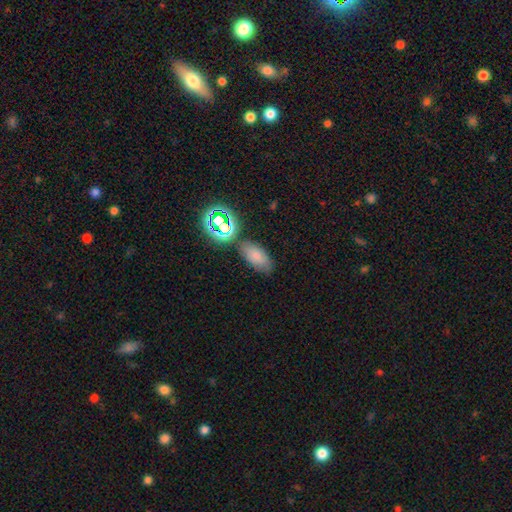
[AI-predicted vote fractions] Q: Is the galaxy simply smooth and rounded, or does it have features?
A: smooth — 71%.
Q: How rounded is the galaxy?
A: in between — 90%.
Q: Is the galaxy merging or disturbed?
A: none — 76%.